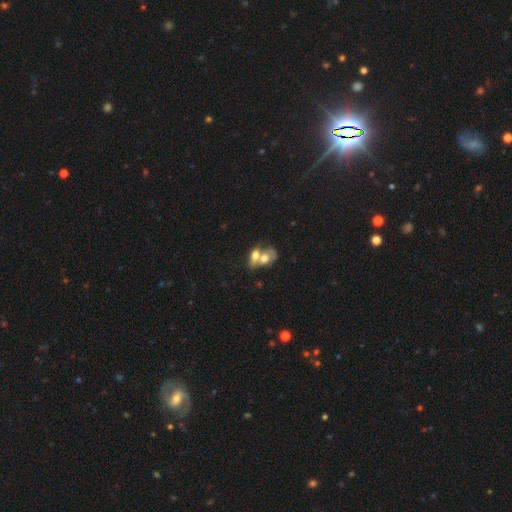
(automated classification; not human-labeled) A smooth galaxy with no disk features (61%) that is in between round and cigar-shaped (77%).

Vote fractions:
- Smooth or featured? smooth: 61% / featured or disk: 32% / star or artifact: 8%
- How rounded? in between: 77% / round: 17% / cigar-shaped: 6%
- Merging? merger: 75% / none: 15% / minor disturbance: 6% / major disturbance: 4%